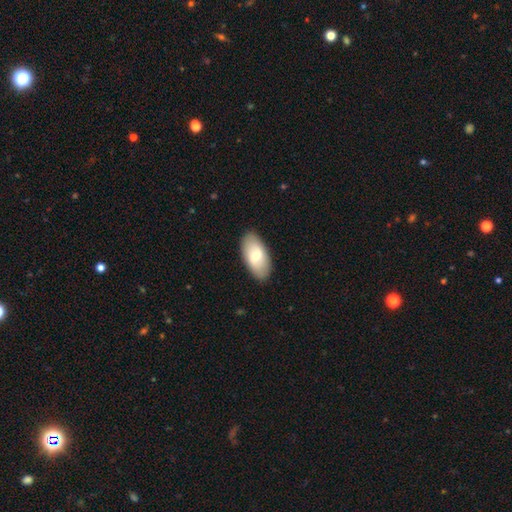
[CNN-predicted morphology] This is likely a smooth galaxy (69%). How rounded: clearly in between (94%). Merging: clearly none (88%).